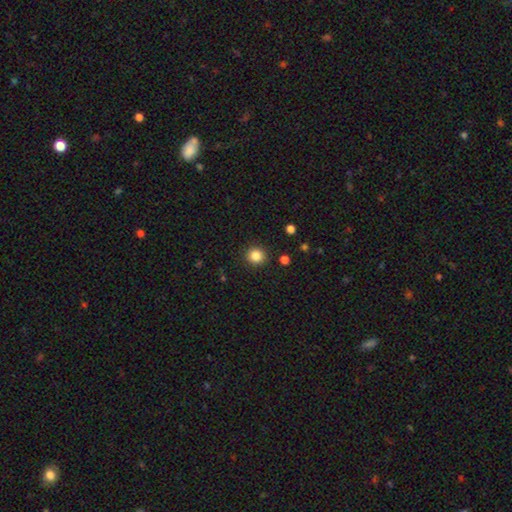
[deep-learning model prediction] smooth 85%, star or artifact 11%, featured or disk 4%. Down the decision tree: how rounded — round (91%); merging — none (90%).